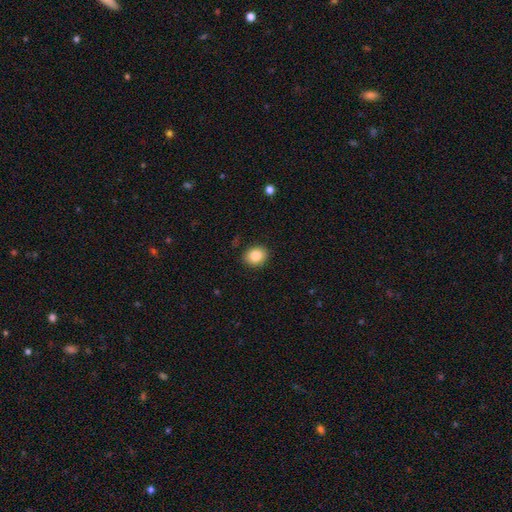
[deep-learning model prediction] Q: Smooth or featured?
A: smooth (85%); runner-up: star or artifact (9%)
Q: How rounded?
A: round (58%); runner-up: in between (41%)
Q: Merging?
A: none (89%); runner-up: minor disturbance (8%)